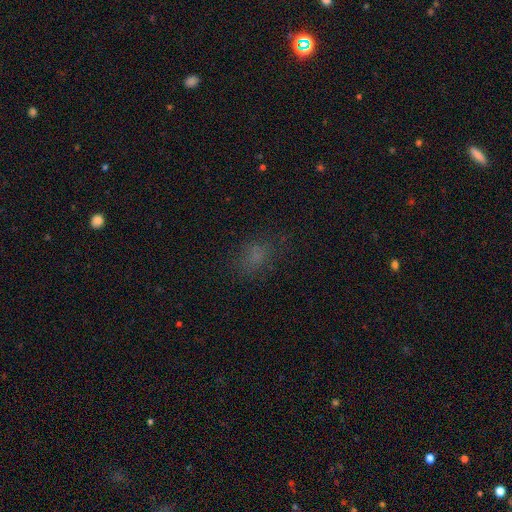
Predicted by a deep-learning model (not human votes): Smooth or featured: smooth — 67% (star or artifact — 23%)
How rounded: in between — 65% (round — 32%)
Merging: none — 71% (minor disturbance — 17%)